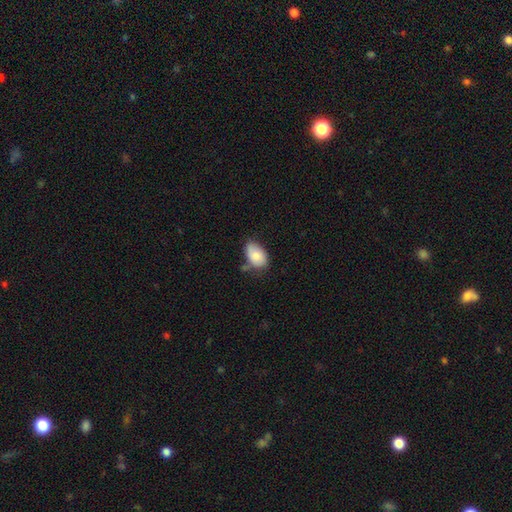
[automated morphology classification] This appears to be a smooth galaxy with no disk features (75%) that is in between round and cigar-shaped (90%). Merging: none (50%).